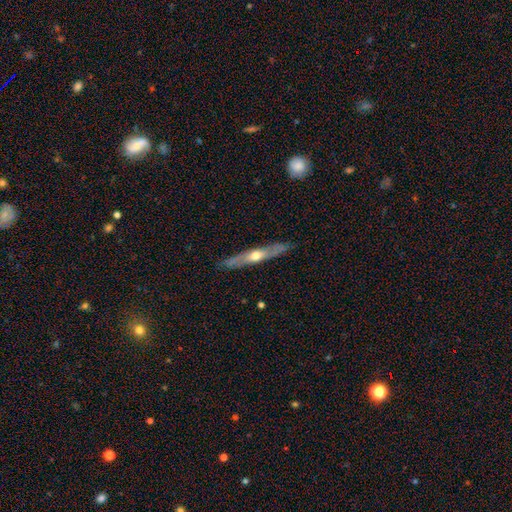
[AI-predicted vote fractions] featured or disk 61%, smooth 34%, star or artifact 5%. Down the decision tree: edge-on disk — yes (83%); edge-on bulge — rounded (84%); merging — none (86%).